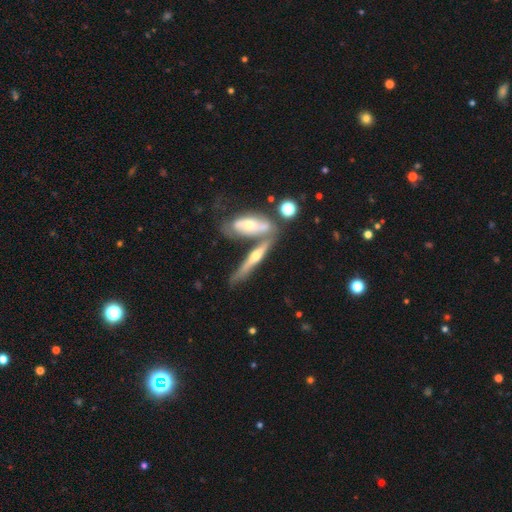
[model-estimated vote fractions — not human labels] This appears to be a featured or disk galaxy (65%) viewed edge-on (89%) with a rounded central bulge (87%). Merging: none (48%).